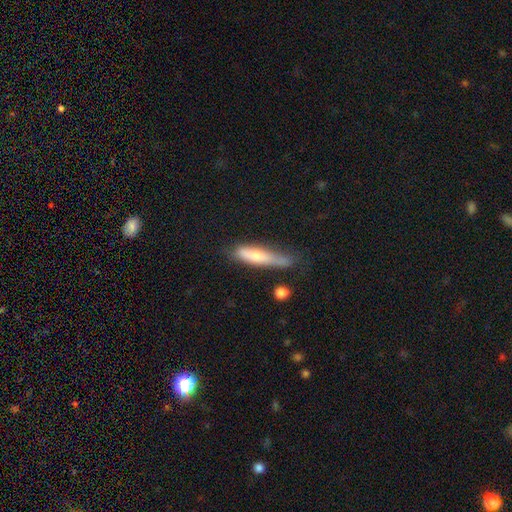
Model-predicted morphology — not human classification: Smooth or featured: smooth — 56% (featured or disk — 36%)
How rounded: cigar-shaped — 86% (in between — 12%)
Merging: none — 58% (minor disturbance — 30%)